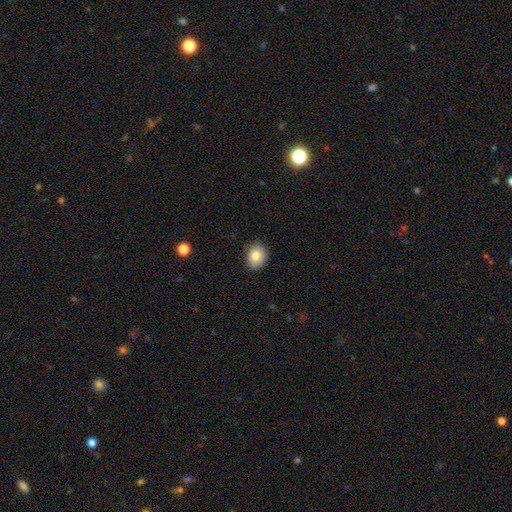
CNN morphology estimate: Smooth or featured?
  - smooth: 81% *
  - featured or disk: 10%
  - star or artifact: 9%
How rounded?
  - round: 52% *
  - in between: 47%
  - cigar-shaped: 1%
Merging?
  - none: 86% *
  - minor disturbance: 11%
  - major disturbance: 2%
  - merger: 1%